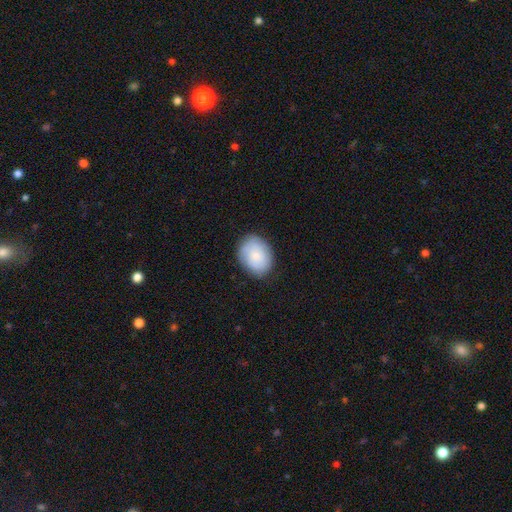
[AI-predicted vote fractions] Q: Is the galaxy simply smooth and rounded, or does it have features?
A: smooth — 74%.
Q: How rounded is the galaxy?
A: in between — 60%.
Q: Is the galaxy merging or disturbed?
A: none — 81%.